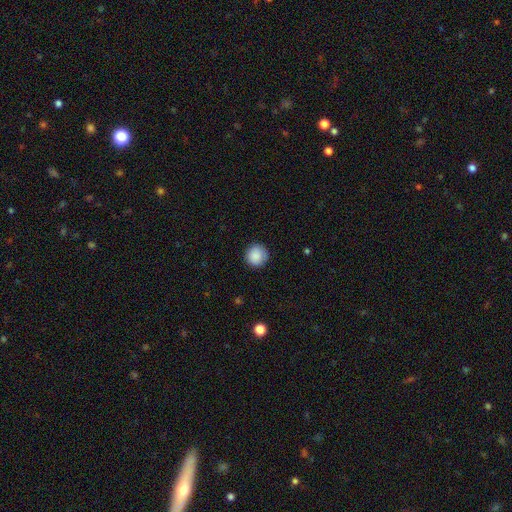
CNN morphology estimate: Smooth or featured: smooth — 88% (star or artifact — 8%)
How rounded: round — 94% (in between — 6%)
Merging: none — 85% (minor disturbance — 11%)